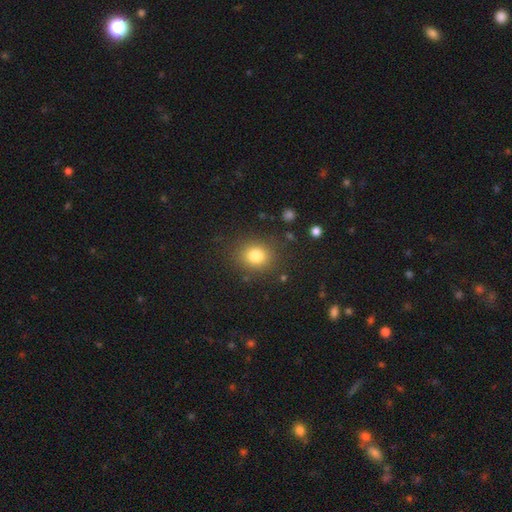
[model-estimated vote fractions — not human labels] A smooth galaxy with no disk features (80%) that is round (74%).

Vote fractions:
- Smooth or featured? smooth: 80% / star or artifact: 12% / featured or disk: 8%
- How rounded? round: 74% / in between: 25% / cigar-shaped: 1%
- Merging? none: 85% / minor disturbance: 9% / major disturbance: 4% / merger: 2%